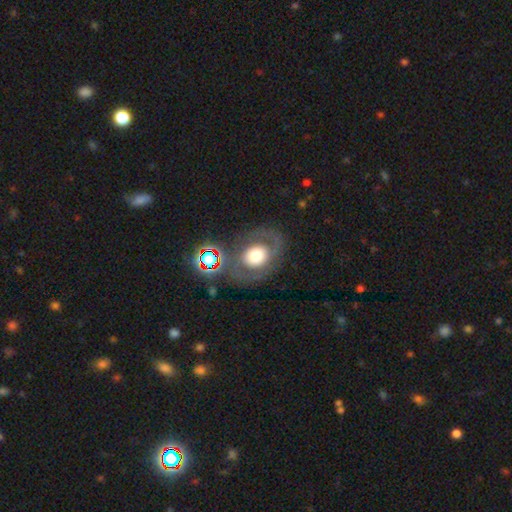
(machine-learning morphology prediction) The model was most divided on "smooth or featured": featured or disk: 48%, smooth: 41%, star or artifact: 11%. More confident: merging — none (70%).